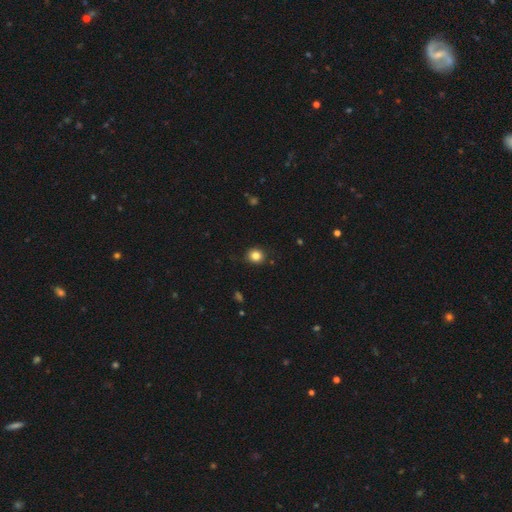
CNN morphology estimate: Q: Smooth or featured?
A: smooth (84%); runner-up: star or artifact (12%)
Q: How rounded?
A: round (84%); runner-up: in between (15%)
Q: Merging?
A: none (90%); runner-up: minor disturbance (7%)